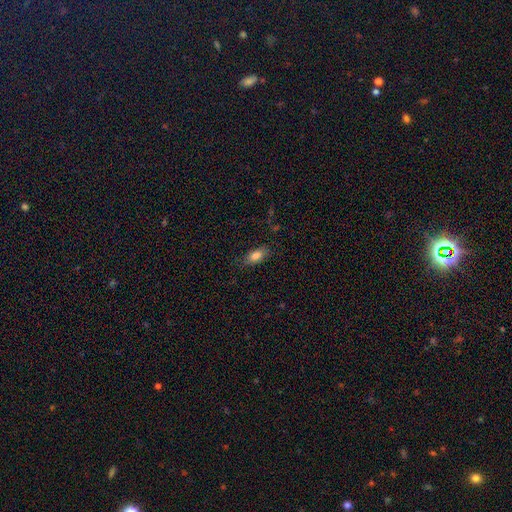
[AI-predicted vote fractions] This appears to be a smooth galaxy with no disk features (82%) that is in between round and cigar-shaped (85%). Merging: none (80%).